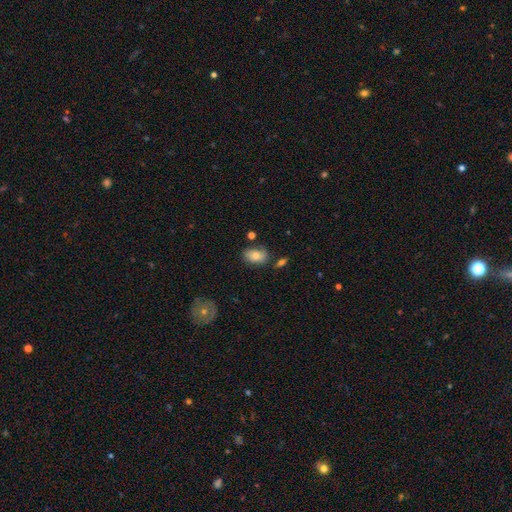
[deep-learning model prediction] Smooth or featured?
  - smooth: 74% *
  - featured or disk: 18%
  - star or artifact: 9%
How rounded?
  - in between: 86% *
  - round: 12%
  - cigar-shaped: 2%
Merging?
  - none: 65% *
  - minor disturbance: 22%
  - merger: 7%
  - major disturbance: 6%